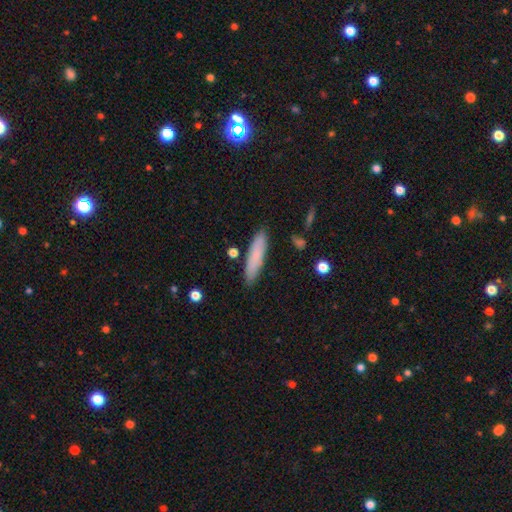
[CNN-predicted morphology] Q: Smooth or featured?
A: smooth (79%); runner-up: featured or disk (13%)
Q: How rounded?
A: cigar-shaped (79%); runner-up: in between (19%)
Q: Merging?
A: none (86%); runner-up: minor disturbance (10%)